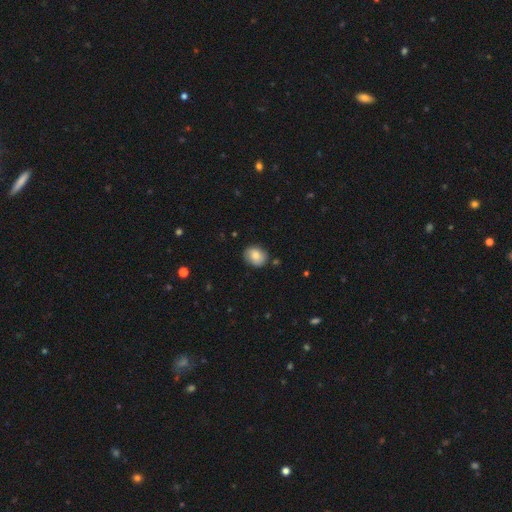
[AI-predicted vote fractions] Smooth or featured: smooth — 78% (featured or disk — 13%)
How rounded: round — 61% (in between — 38%)
Merging: none — 83% (minor disturbance — 12%)